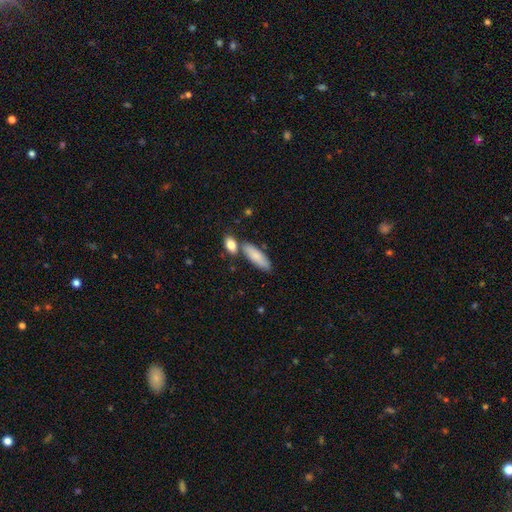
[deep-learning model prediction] Smooth or featured: smooth — 83% (featured or disk — 11%)
How rounded: in between — 59% (cigar-shaped — 39%)
Merging: none — 68% (merger — 16%)